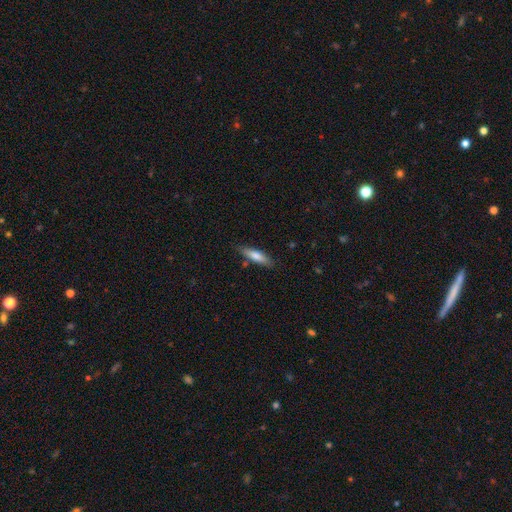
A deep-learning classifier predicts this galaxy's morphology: A smooth galaxy with no disk features (74%) that is cigar-shaped (70%).

Vote fractions:
- Smooth or featured? smooth: 74% / featured or disk: 20% / star or artifact: 6%
- How rounded? cigar-shaped: 70% / in between: 28% / round: 2%
- Merging? none: 79% / minor disturbance: 15% / merger: 3% / major disturbance: 3%